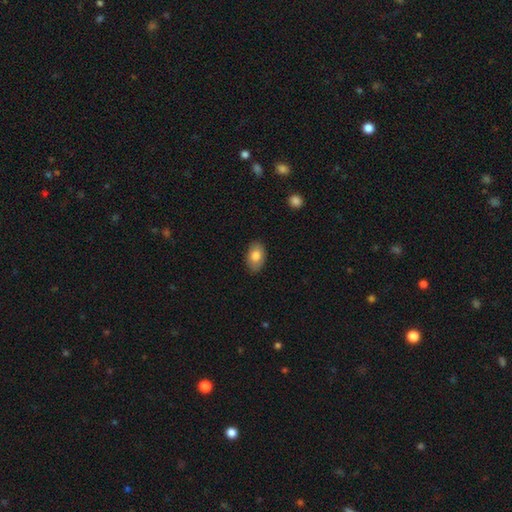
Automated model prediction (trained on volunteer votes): Smooth or featured?
  - smooth: 80% *
  - featured or disk: 13%
  - star or artifact: 7%
How rounded?
  - in between: 88% *
  - round: 11%
  - cigar-shaped: 1%
Merging?
  - none: 86% *
  - minor disturbance: 11%
  - major disturbance: 2%
  - merger: 1%